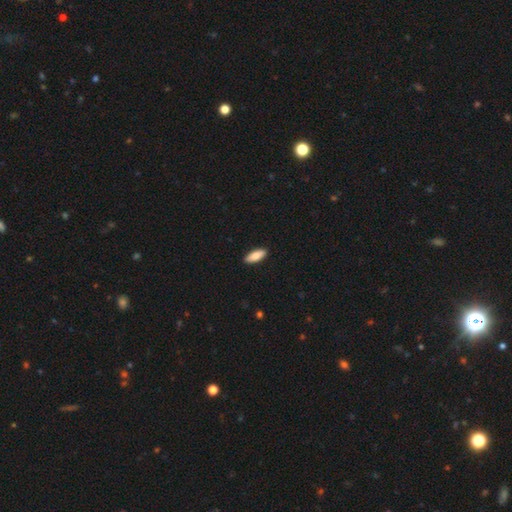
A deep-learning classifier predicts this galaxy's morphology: smooth-or-featured: smooth: 83% | featured or disk: 11% | star or artifact: 5%
  how-rounded: in between: 73% | cigar-shaped: 25% | round: 2%
  merging: none: 90% | minor disturbance: 8% | major disturbance: 1% | merger: 1%